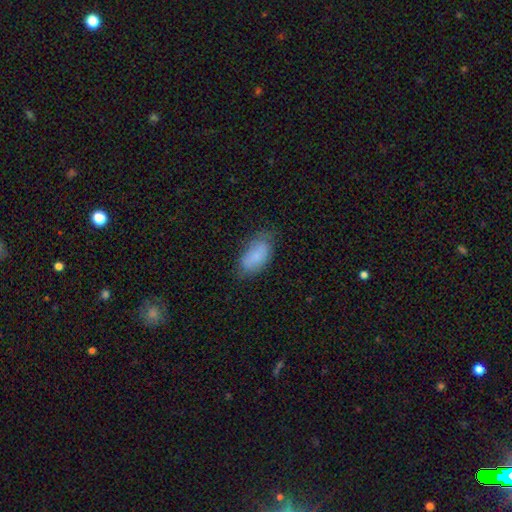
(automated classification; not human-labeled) Q: Smooth or featured?
A: smooth (81%); runner-up: featured or disk (12%)
Q: How rounded?
A: in between (93%); runner-up: cigar-shaped (4%)
Q: Merging?
A: none (67%); runner-up: minor disturbance (25%)